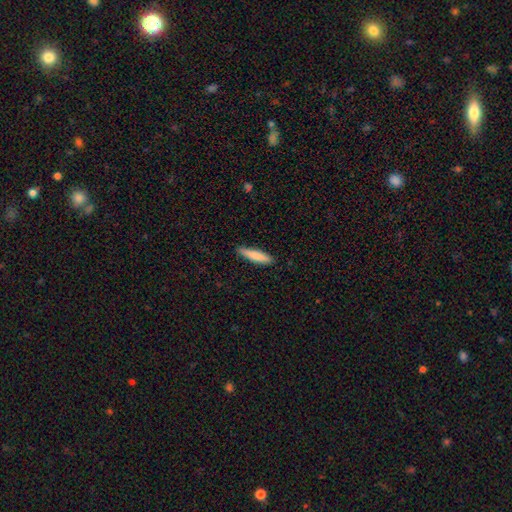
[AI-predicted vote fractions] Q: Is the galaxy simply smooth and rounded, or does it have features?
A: smooth — 81%.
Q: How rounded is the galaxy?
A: cigar-shaped — 85%.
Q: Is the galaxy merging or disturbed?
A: none — 86%.